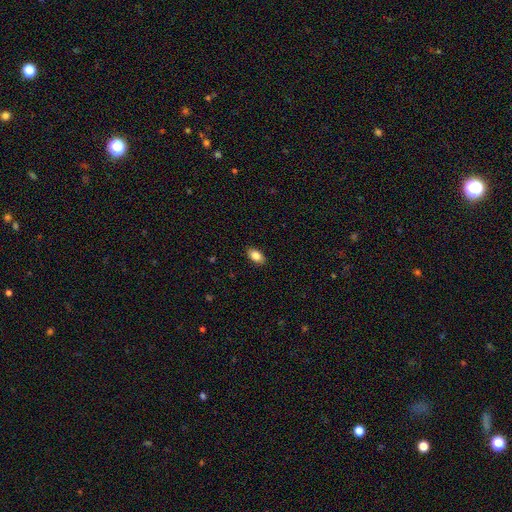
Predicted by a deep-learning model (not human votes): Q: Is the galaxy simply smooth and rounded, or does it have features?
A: smooth — 85%.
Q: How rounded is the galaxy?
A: in between — 91%.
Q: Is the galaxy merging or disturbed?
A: none — 88%.